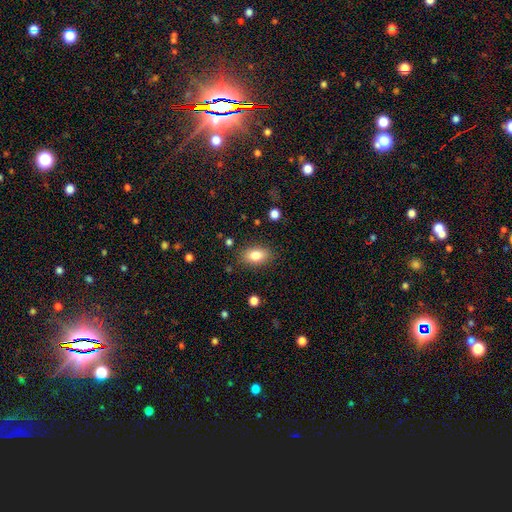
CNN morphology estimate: A smooth galaxy with no disk features (83%) that is in between round and cigar-shaped (88%). Merging: none (85%).